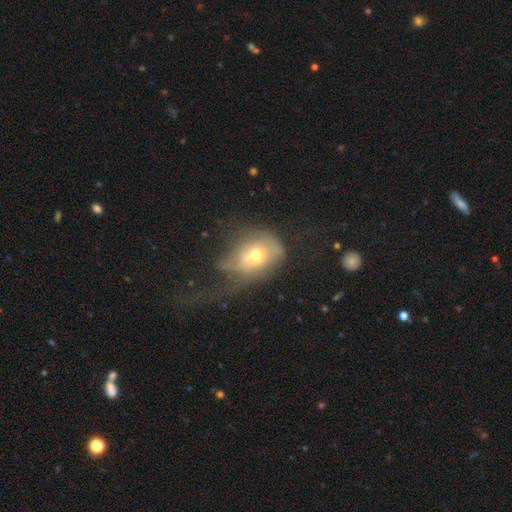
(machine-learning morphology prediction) Q: Smooth or featured?
A: smooth (55%); runner-up: featured or disk (35%)
Q: How rounded?
A: in between (57%); runner-up: round (41%)
Q: Merging?
A: major disturbance (53%); runner-up: none (22%)